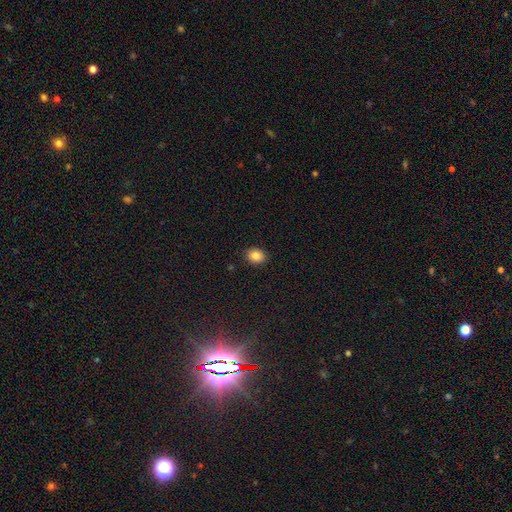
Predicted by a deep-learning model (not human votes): smooth_or_featured: smooth (p=0.85) [alt: star or artifact p=0.10]
how_rounded: round (p=0.52) [alt: in between p=0.47]
merging: none (p=0.89) [alt: minor disturbance p=0.08]